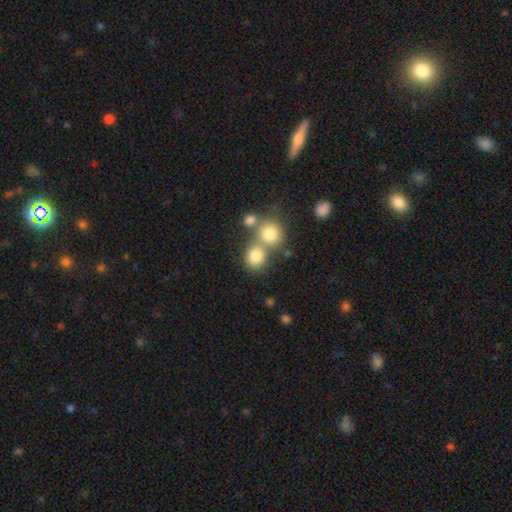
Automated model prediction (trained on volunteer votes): smooth 80%, star or artifact 11%, featured or disk 9%. Down the decision tree: how rounded — round (78%); merging — none (45%).